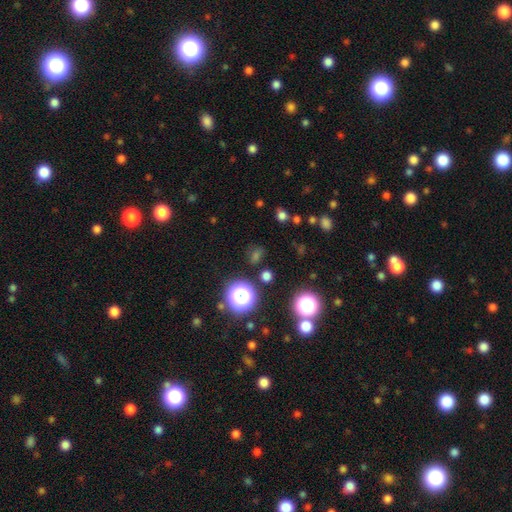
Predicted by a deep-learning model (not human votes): Morphology: type=smooth (46%, tied with star or artifact); merging=none (80%).